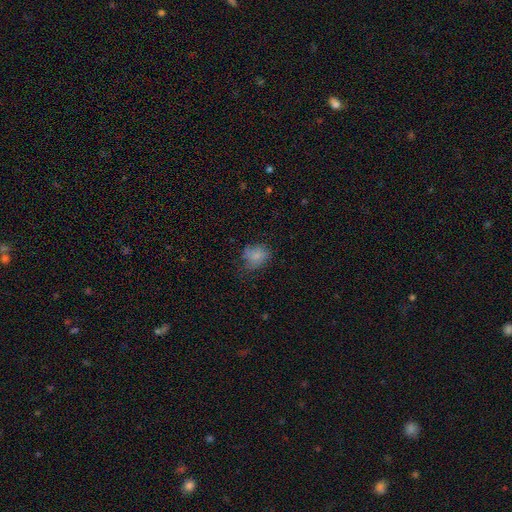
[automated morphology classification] smooth 77%, featured or disk 12%, star or artifact 11%. Down the decision tree: how rounded — round (55%); merging — none (56%).